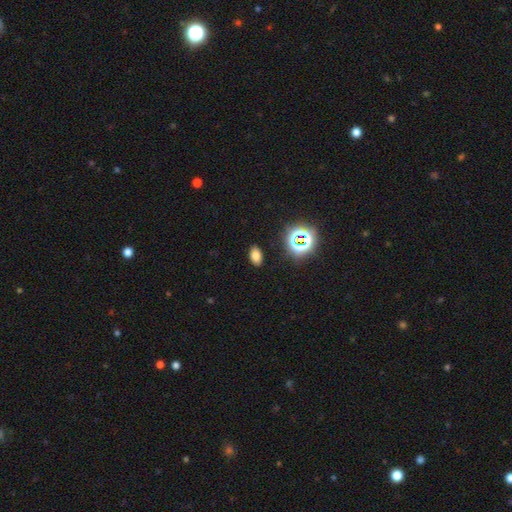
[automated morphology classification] Smooth or featured? smooth (72%)
How rounded? in between (88%)
Merging? none (88%)